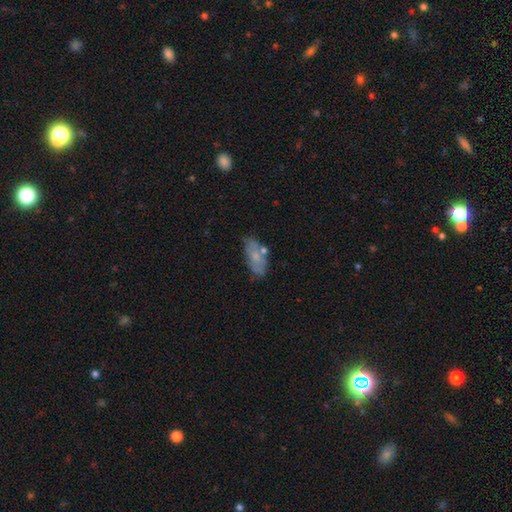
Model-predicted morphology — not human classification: Overall: smooth (56%; featured or disk 35%). How rounded: in between (85%). Merging: none (57%; minor disturbance 23%).